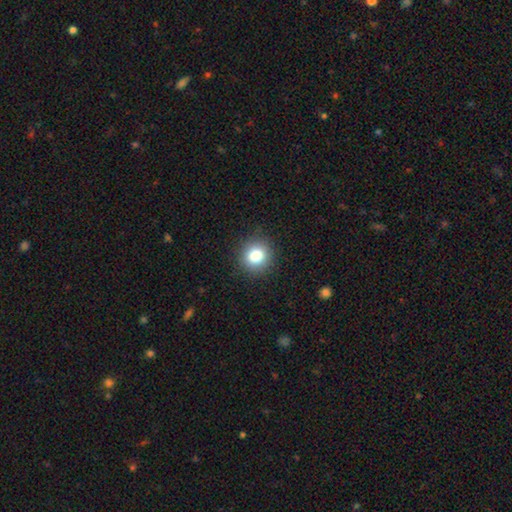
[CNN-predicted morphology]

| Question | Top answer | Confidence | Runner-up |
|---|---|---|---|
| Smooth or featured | smooth | 81% | star or artifact (12%) |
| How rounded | round | 89% | in between (10%) |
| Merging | none | 91% | minor disturbance (6%) |